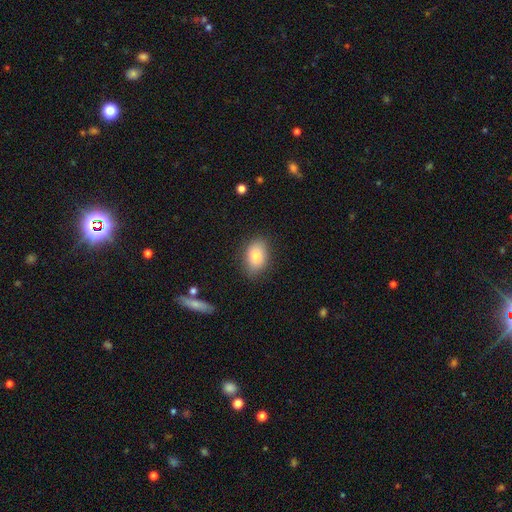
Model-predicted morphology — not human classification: Smooth or featured?
  - smooth: 82% *
  - featured or disk: 11%
  - star or artifact: 8%
How rounded?
  - in between: 86% *
  - round: 13%
  - cigar-shaped: 1%
Merging?
  - none: 83% *
  - minor disturbance: 13%
  - major disturbance: 3%
  - merger: 1%